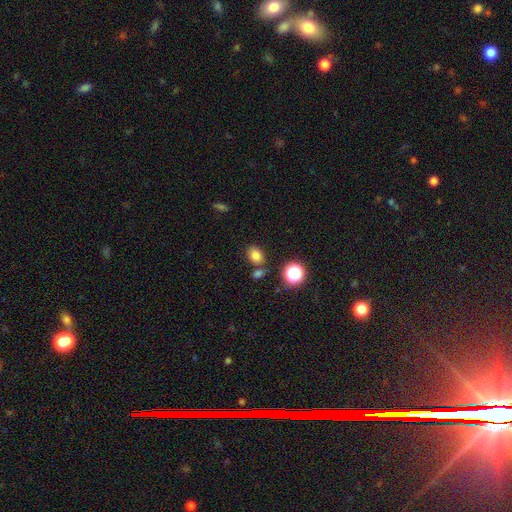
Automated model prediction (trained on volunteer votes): This is likely a smooth galaxy (79%). How rounded: likely in between (61%). Merging: likely none (71%).